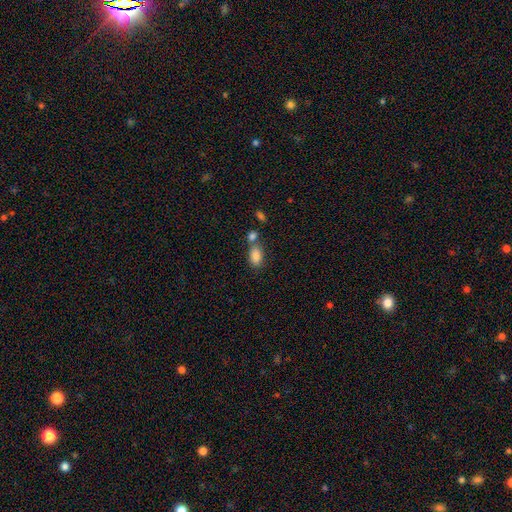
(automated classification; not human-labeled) This is clearly a smooth galaxy (85%). How rounded: clearly in between (90%). Merging: possibly none (53%).